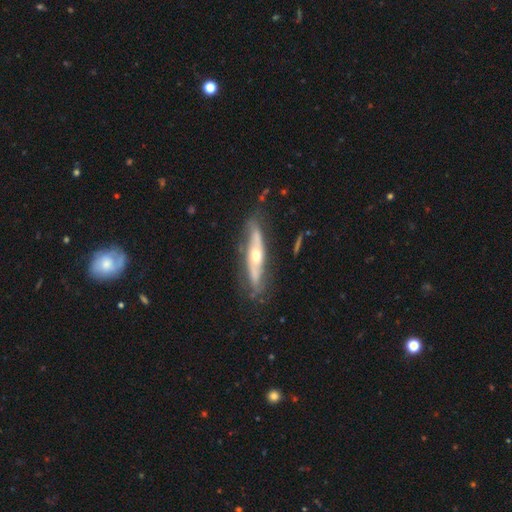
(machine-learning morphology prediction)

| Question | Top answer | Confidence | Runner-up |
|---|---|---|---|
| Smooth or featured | featured or disk | 71% | smooth (24%) |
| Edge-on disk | yes | 61% | no (39%) |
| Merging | none | 72% | minor disturbance (19%) |